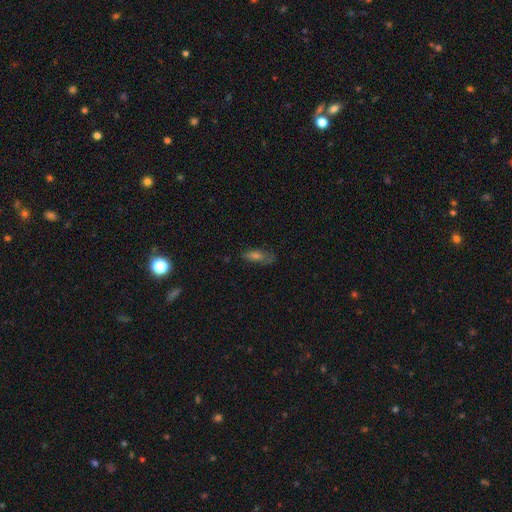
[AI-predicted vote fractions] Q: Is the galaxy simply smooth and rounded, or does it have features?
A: smooth — 51%.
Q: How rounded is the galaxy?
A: in between — 68%.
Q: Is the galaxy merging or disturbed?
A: none — 64%.